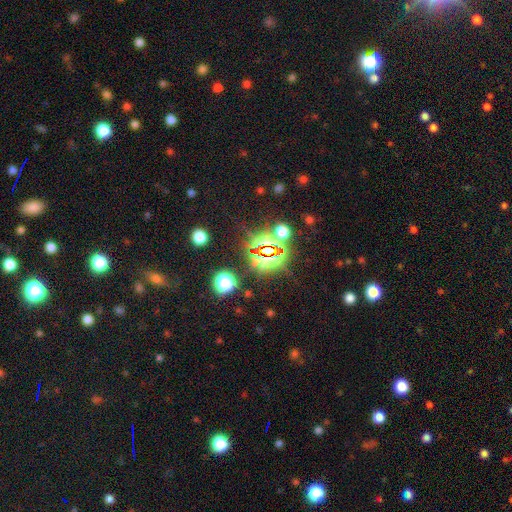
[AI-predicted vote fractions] A star or artifact, not a galaxy (77%).

Vote fractions:
- Smooth or featured? star or artifact: 77% / smooth: 14% / featured or disk: 9%